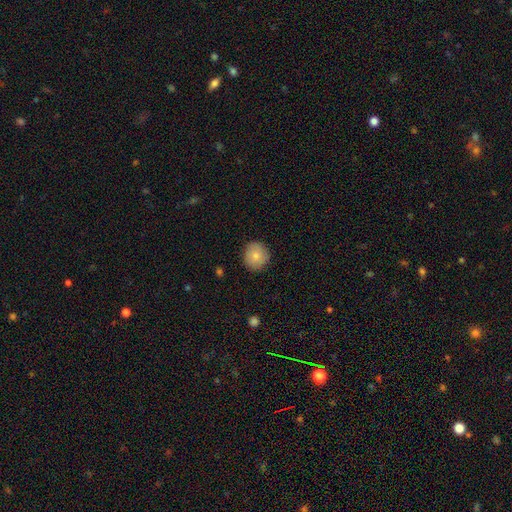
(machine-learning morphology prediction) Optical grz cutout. It shows a smooth galaxy with no disk features (79%) that is round (87%). Merging: none (87%).